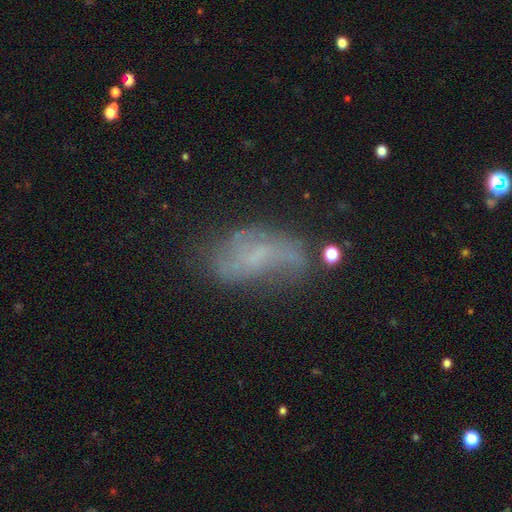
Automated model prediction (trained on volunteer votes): This appears to be a featured or disk galaxy (54%) with no bar (63%), spiral arms (60%) and no central bulge (53%). Merging: none (45%).